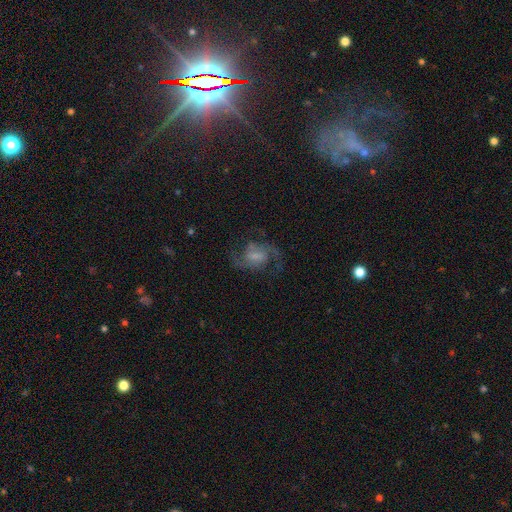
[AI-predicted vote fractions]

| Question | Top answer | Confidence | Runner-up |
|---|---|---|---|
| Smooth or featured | featured or disk | 83% | smooth (9%) |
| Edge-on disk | no | 98% | yes (2%) |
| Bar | weak | 53% | no (30%) |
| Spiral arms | yes | 96% | no (4%) |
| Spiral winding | medium | 55% | loose (33%) |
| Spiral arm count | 2 | 90% | can't tell (3%) |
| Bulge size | small | 38% | moderate (27%) |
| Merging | none | 71% | minor disturbance (15%) |